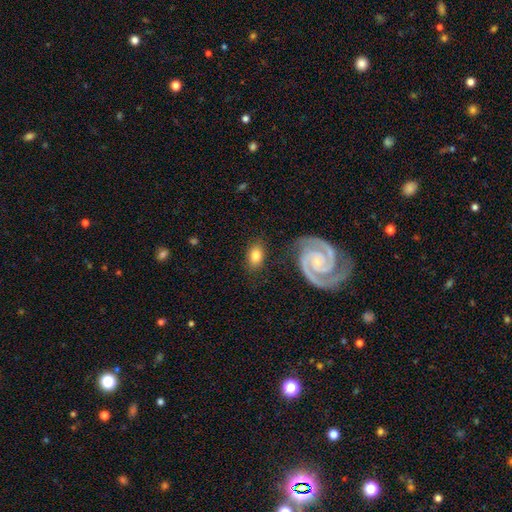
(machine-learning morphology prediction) smooth-or-featured: smooth: 64% | featured or disk: 30% | star or artifact: 6%
  how-rounded: in between: 83% | round: 15% | cigar-shaped: 2%
  merging: none: 79% | minor disturbance: 13% | major disturbance: 4% | merger: 3%